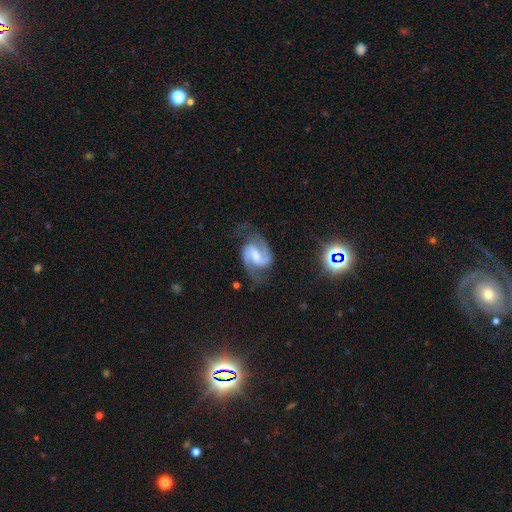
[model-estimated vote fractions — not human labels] The model was most divided on "bulge size": moderate: 45%, small: 37%, none: 10%, large: 7%, dominant: 1%. More confident: edge-on disk — no (98%); spiral arms — yes (98%); spiral arm count — 2 (92%); smooth or featured — featured or disk (88%); merging — none (70%); spiral winding — medium (58%); bar — weak (51%).